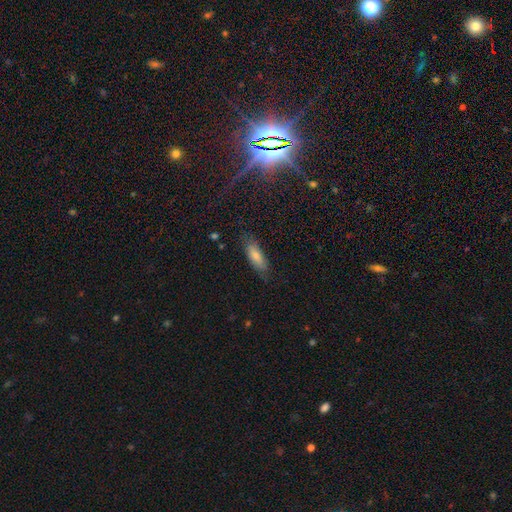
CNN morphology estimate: Overall: smooth (80%). How rounded: in between (63%; cigar-shaped 35%). Merging: none (77%).